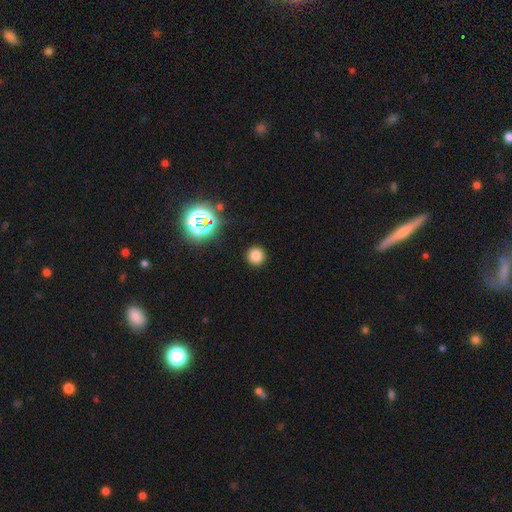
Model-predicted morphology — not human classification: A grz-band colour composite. It shows a smooth galaxy with no disk features (77%) that is round (94%). Merging: none (91%).